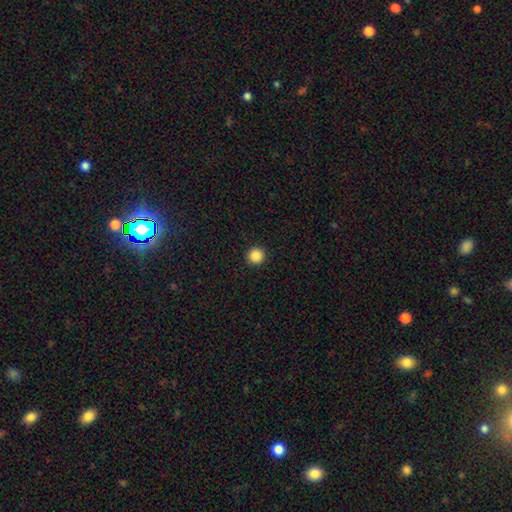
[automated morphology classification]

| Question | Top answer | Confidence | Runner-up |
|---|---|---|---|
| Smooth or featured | smooth | 88% | star or artifact (10%) |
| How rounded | round | 96% | in between (3%) |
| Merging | none | 93% | minor disturbance (4%) |